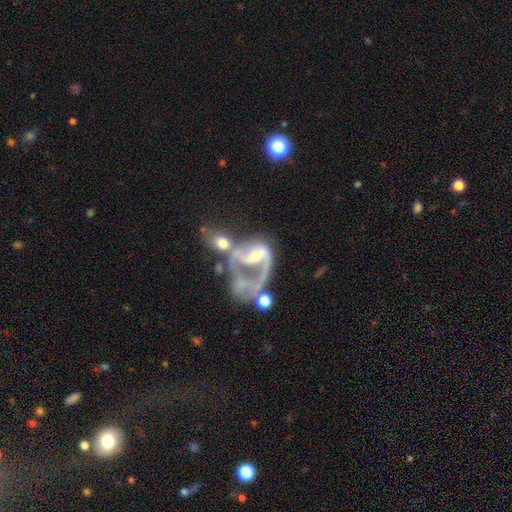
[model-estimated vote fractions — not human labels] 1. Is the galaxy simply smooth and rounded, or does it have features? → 76% featured or disk, 15% smooth, 9% star or artifact.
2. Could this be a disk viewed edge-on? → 97% no, 3% yes.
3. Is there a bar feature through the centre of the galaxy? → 39% weak, 37% no, 24% strong.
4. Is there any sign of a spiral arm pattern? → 75% yes, 25% no.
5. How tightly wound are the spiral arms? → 55% loose, 33% medium, 11% tight.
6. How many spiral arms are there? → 44% 1, 41% 2, 10% can't tell, 2% 3, 1% 4, 1% more than 4.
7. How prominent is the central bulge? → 43% small, 39% moderate, 13% none, 4% large, 2% dominant.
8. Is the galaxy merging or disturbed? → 46% merger, 32% major disturbance, 13% none, 9% minor disturbance.